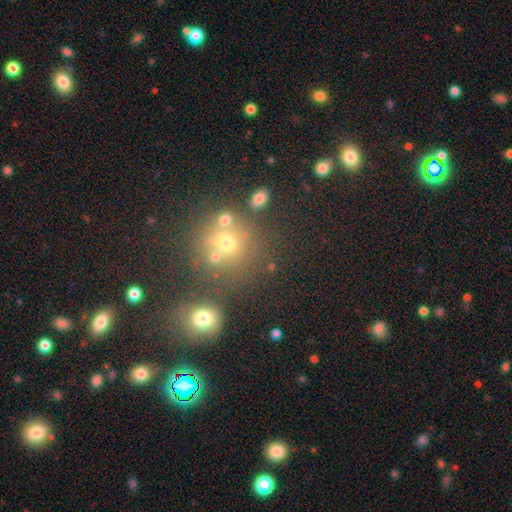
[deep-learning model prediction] smooth-or-featured: smooth: 46% | star or artifact: 44% | featured or disk: 11%
  merging: none: 67% | merger: 21% | minor disturbance: 8% | major disturbance: 4%